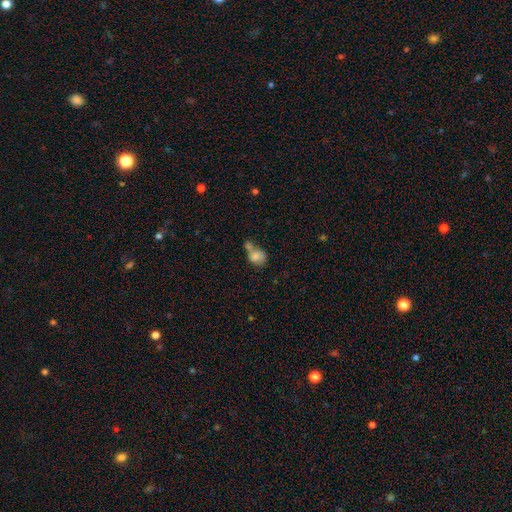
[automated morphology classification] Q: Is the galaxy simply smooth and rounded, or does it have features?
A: smooth — 75%.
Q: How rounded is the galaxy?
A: round — 50%.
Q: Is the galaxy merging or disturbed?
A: merger — 51%.